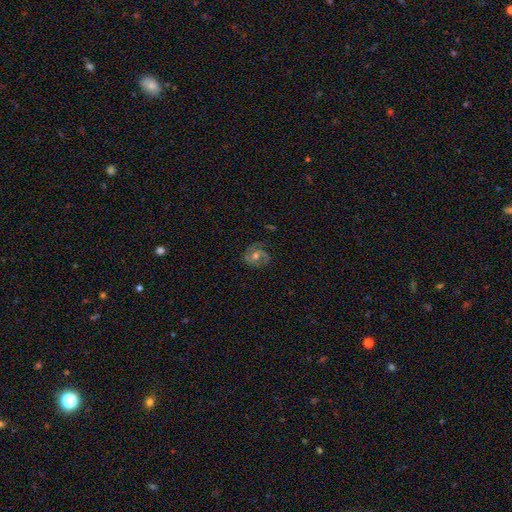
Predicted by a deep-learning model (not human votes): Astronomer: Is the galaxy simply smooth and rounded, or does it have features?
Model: featured or disk — 74%.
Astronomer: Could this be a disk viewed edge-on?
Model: no — 97%.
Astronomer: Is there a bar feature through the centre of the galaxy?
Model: no — 56% (runner-up: weak, 33%).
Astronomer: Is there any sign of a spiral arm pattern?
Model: yes — 91%.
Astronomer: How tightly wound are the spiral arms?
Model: medium — 45% (runner-up: tight, 42%).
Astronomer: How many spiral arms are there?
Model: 2 — 69%.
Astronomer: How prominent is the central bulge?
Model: moderate — 72%.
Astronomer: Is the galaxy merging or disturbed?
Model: none — 75%.